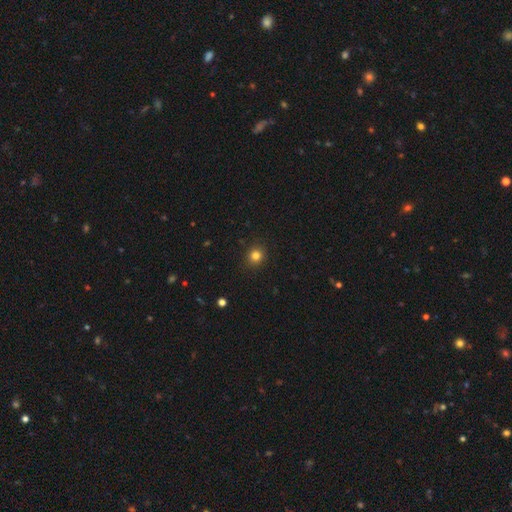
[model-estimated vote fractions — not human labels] Morphology: type=smooth (82%); roundness=round (88%); merging=none (90%).